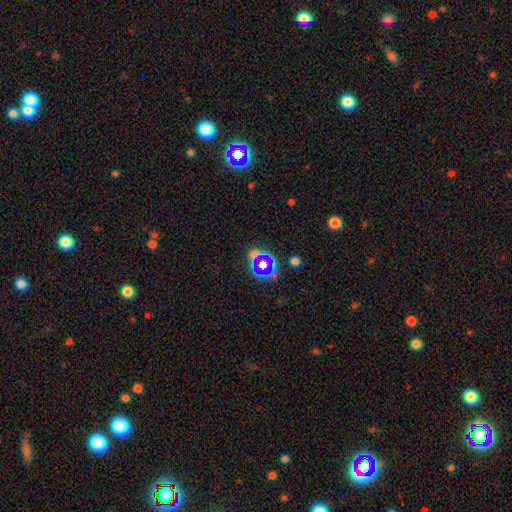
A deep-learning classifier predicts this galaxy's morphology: A star or artifact, not a galaxy (39%).